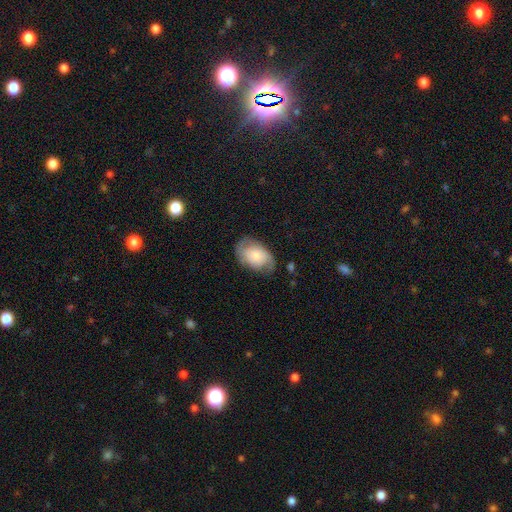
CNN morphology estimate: Smooth or featured? Predicted: smooth (p=0.49). Merging? Predicted: none (p=0.63).